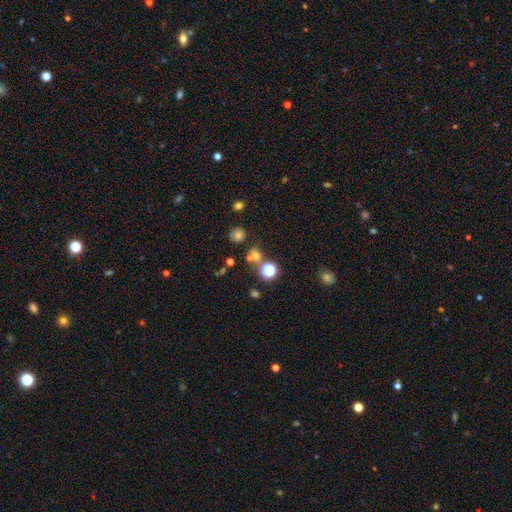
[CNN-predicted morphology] Overall: smooth (54%; star or artifact 37%). How rounded: round (81%). Merging: none (62%; merger 23%).